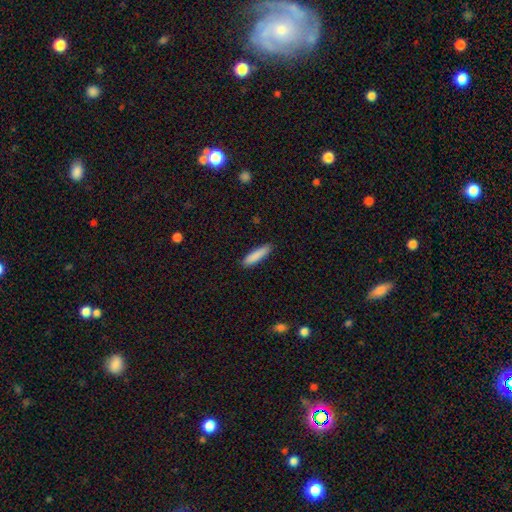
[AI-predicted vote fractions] Smooth or featured?
  - smooth: 88% *
  - featured or disk: 6%
  - star or artifact: 6%
How rounded?
  - cigar-shaped: 79% *
  - in between: 20%
  - round: 1%
Merging?
  - none: 88% *
  - minor disturbance: 9%
  - major disturbance: 2%
  - merger: 1%